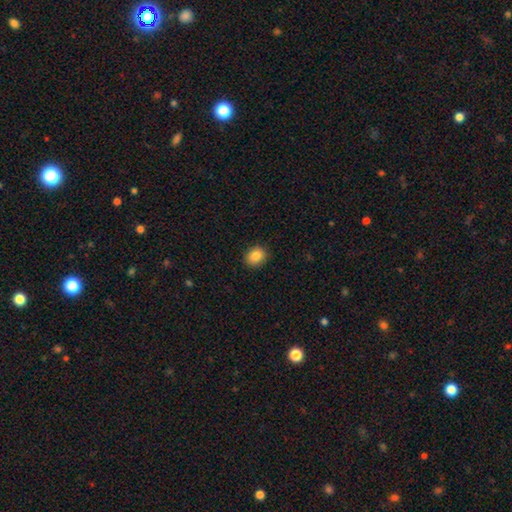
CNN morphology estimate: This is clearly a smooth galaxy (86%). How rounded: possibly round (51%). Merging: clearly none (90%).